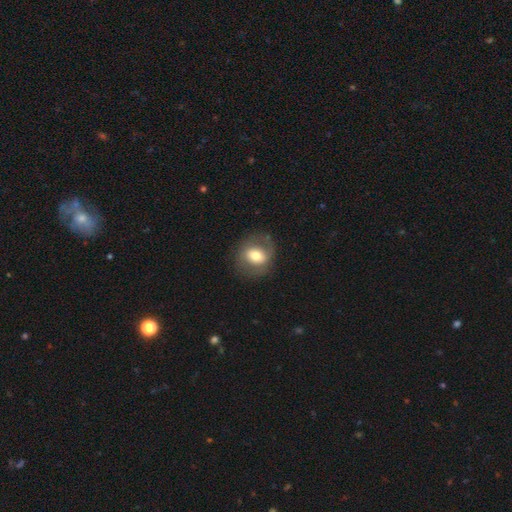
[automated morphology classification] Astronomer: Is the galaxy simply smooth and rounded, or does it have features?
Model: smooth — 61%.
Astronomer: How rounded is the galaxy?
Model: round — 61% (runner-up: in between, 38%).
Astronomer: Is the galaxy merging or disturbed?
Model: none — 76%.